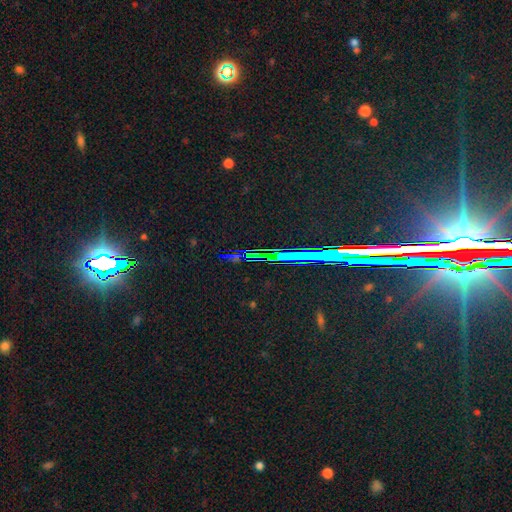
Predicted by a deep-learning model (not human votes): Q: Smooth or featured?
A: star or artifact (78%); runner-up: smooth (12%)